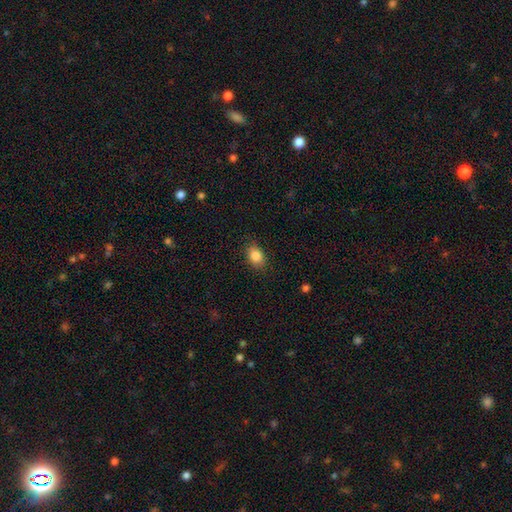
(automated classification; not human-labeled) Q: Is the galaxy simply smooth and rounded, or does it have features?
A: smooth — 85%.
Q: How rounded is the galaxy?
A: in between — 74%.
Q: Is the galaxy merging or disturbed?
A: none — 85%.